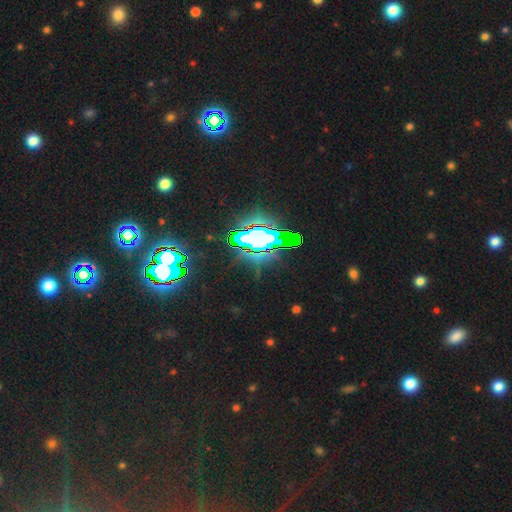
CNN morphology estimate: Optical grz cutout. It shows a star or artifact, not a galaxy (82%).